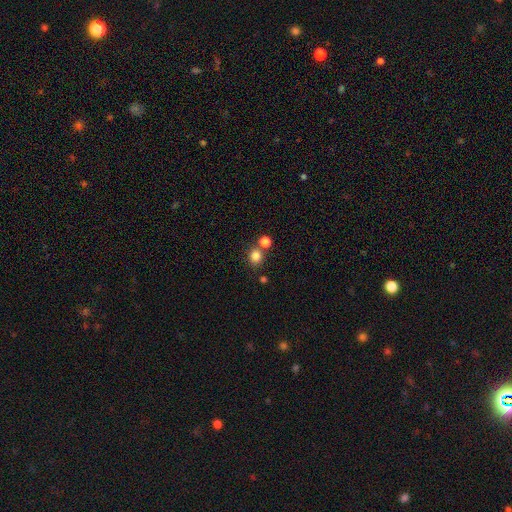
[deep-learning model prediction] smooth-or-featured: smooth: 82% | star or artifact: 13% | featured or disk: 5%
  how-rounded: round: 82% | in between: 17% | cigar-shaped: 1%
  merging: none: 69% | merger: 19% | minor disturbance: 9% | major disturbance: 3%